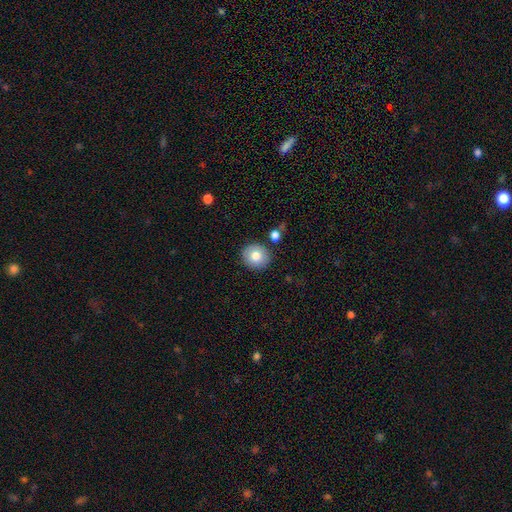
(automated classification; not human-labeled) Morphology: type=smooth (79%); roundness=round (84%); merging=none (86%).